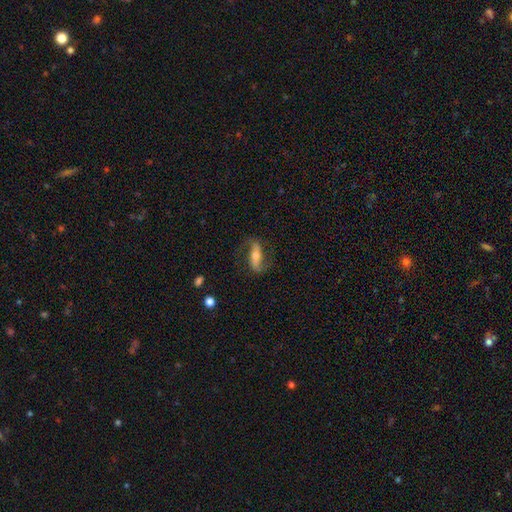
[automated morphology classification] Overall: featured or disk (73%). Edge-on disk: no (80%). Bar: strong (55%; weak 23%). Spiral arms: yes (90%). Spiral arm count: 2 (90%). Spiral winding: loose (56%; medium 31%). Bulge size: moderate (51%; small 38%). Merging: none (74%).